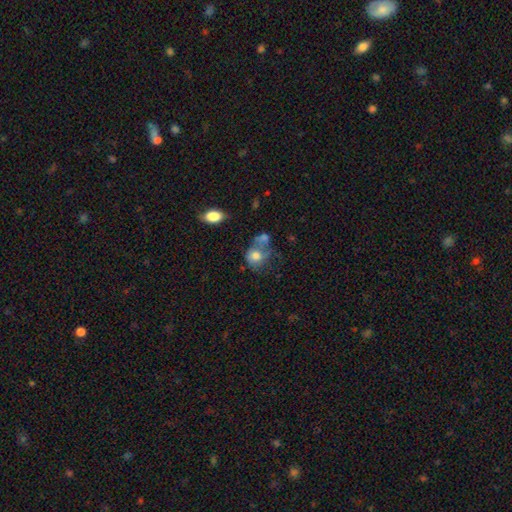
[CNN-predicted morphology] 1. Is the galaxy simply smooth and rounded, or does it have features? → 66% smooth, 24% featured or disk, 10% star or artifact.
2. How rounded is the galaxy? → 58% round, 41% in between, 1% cigar-shaped.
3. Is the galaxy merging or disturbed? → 31% merger, 30% none, 20% minor disturbance, 19% major disturbance.